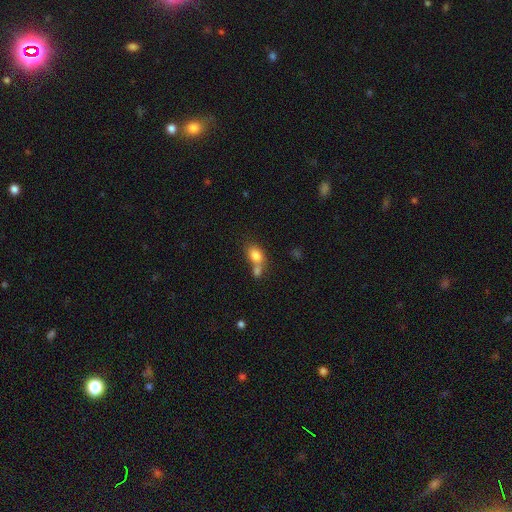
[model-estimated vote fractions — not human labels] A smooth galaxy with no disk features (81%) that is in between round and cigar-shaped (71%).

Vote fractions:
- Smooth or featured? smooth: 81% / featured or disk: 10% / star or artifact: 9%
- How rounded? in between: 71% / round: 27% / cigar-shaped: 2%
- Merging? merger: 51% / none: 33% / minor disturbance: 11% / major disturbance: 5%